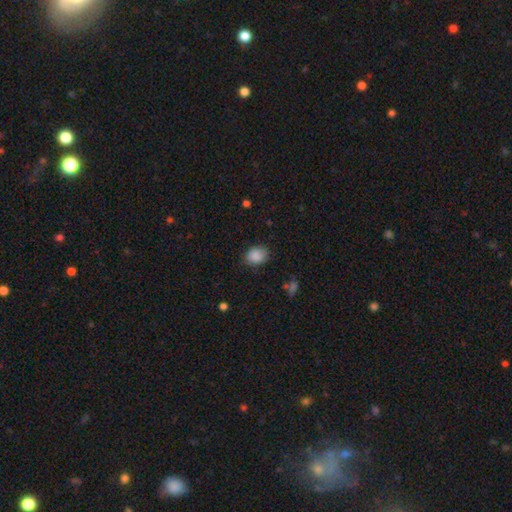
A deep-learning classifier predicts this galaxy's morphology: Smooth or featured?
  - smooth: 88% *
  - star or artifact: 8%
  - featured or disk: 4%
How rounded?
  - in between: 58% *
  - round: 41%
  - cigar-shaped: 1%
Merging?
  - none: 79% *
  - minor disturbance: 16%
  - major disturbance: 4%
  - merger: 1%